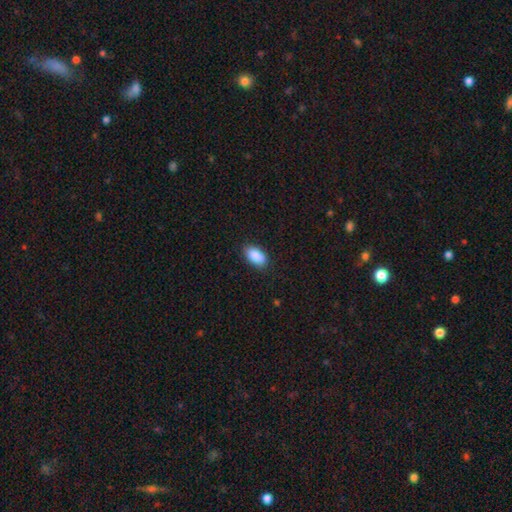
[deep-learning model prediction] Q: Smooth or featured?
A: smooth (90%); runner-up: star or artifact (7%)
Q: How rounded?
A: in between (94%); runner-up: round (4%)
Q: Merging?
A: none (85%); runner-up: minor disturbance (11%)